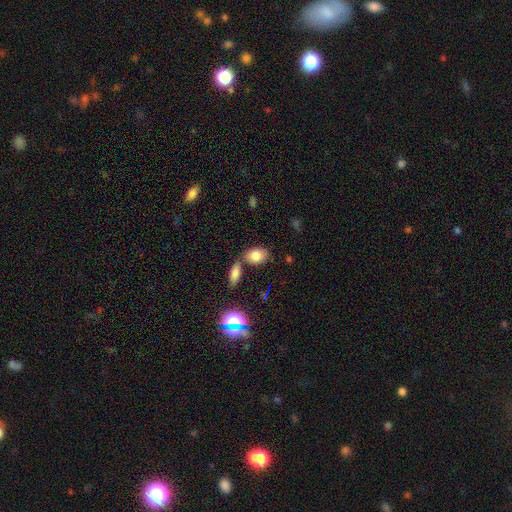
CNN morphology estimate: Smooth or featured? smooth (79%)
How rounded? in between (79%)
Merging? none (61%)